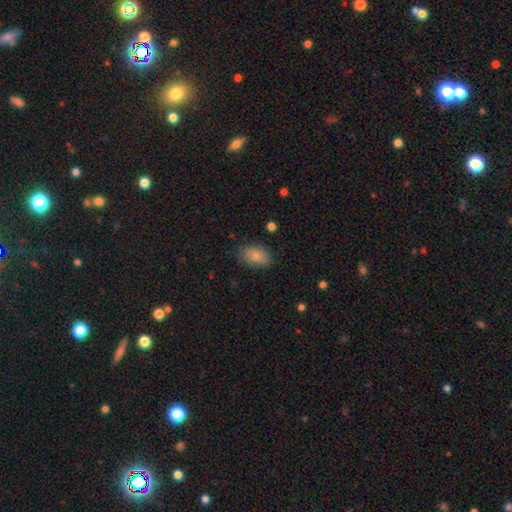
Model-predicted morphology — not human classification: smooth-or-featured: smooth: 82% | featured or disk: 10% | star or artifact: 8%
  how-rounded: in between: 88% | round: 10% | cigar-shaped: 1%
  merging: none: 81% | minor disturbance: 14% | major disturbance: 3% | merger: 1%